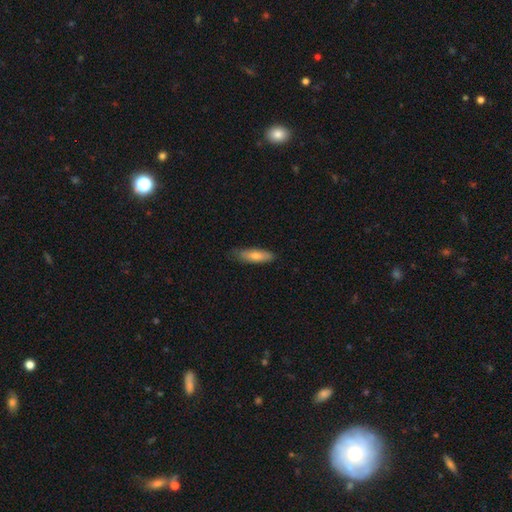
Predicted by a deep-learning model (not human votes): smooth_or_featured: smooth (p=0.76) [alt: featured or disk p=0.19]
how_rounded: cigar-shaped (p=0.53) [alt: in between p=0.46]
merging: none (p=0.76) [alt: minor disturbance p=0.20]